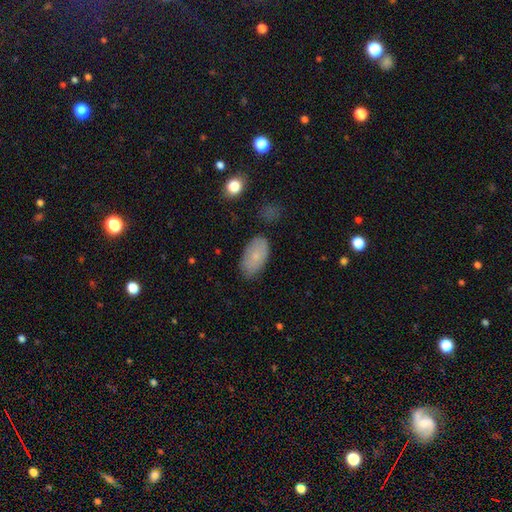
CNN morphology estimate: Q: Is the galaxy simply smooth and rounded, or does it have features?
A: smooth — 76%.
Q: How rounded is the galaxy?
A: in between — 94%.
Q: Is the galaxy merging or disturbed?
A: none — 78%.